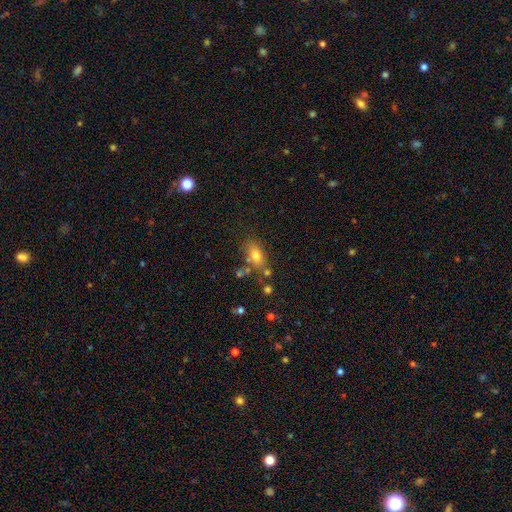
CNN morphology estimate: A smooth galaxy with no disk features (76%) that is in between round and cigar-shaped (85%).

Vote fractions:
- Smooth or featured? smooth: 76% / featured or disk: 13% / star or artifact: 11%
- How rounded? in between: 85% / round: 10% / cigar-shaped: 5%
- Merging? none: 63% / minor disturbance: 17% / merger: 14% / major disturbance: 6%